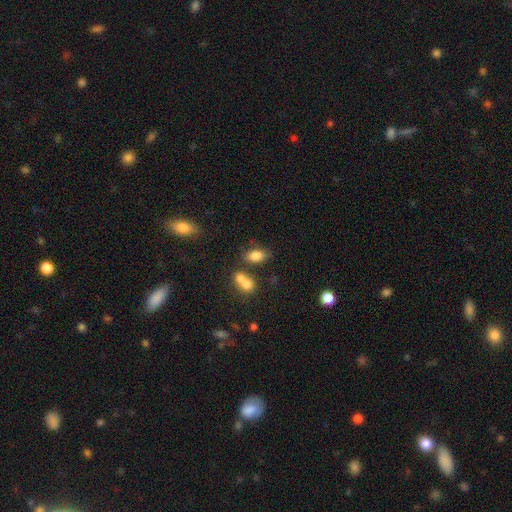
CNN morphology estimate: smooth_or_featured: smooth (p=0.81) [alt: featured or disk p=0.10]
how_rounded: in between (p=0.89) [alt: round p=0.08]
merging: none (p=0.57) [alt: merger p=0.24]